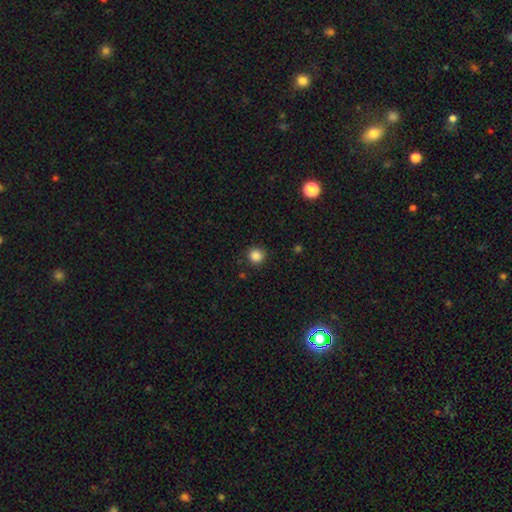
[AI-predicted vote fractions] A smooth galaxy with no disk features (86%) that is round (92%). Merging: none (89%).